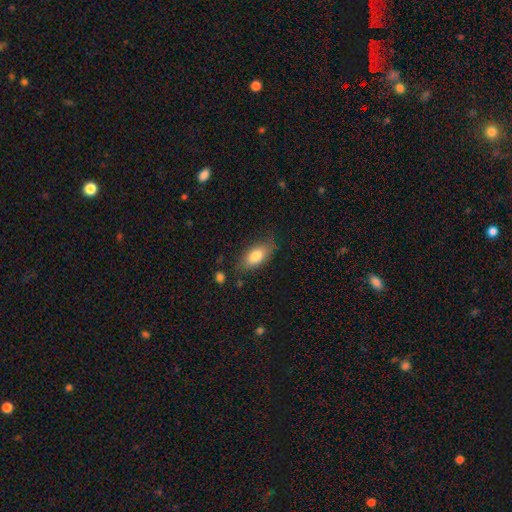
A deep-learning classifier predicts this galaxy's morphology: Smooth or featured? smooth (80%)
How rounded? in between (87%)
Merging? none (77%)